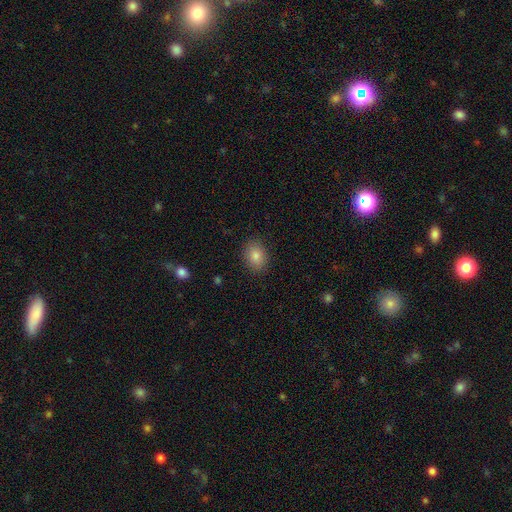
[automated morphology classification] This appears to be a smooth galaxy with no disk features (83%) that is in between round and cigar-shaped (66%). Merging: none (88%).